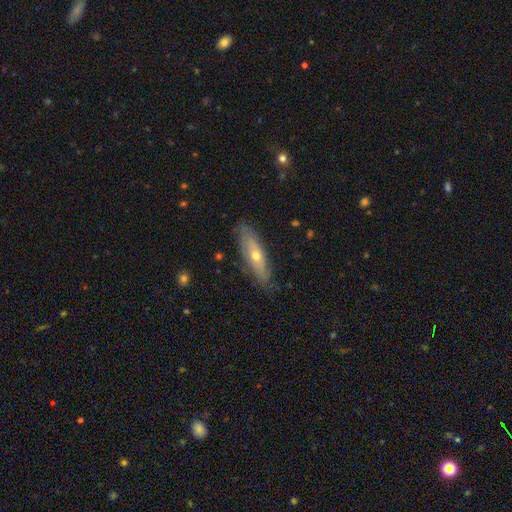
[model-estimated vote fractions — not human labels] Smooth or featured? featured or disk (55%)
Edge-on disk? yes (57%)
Merging? none (82%)